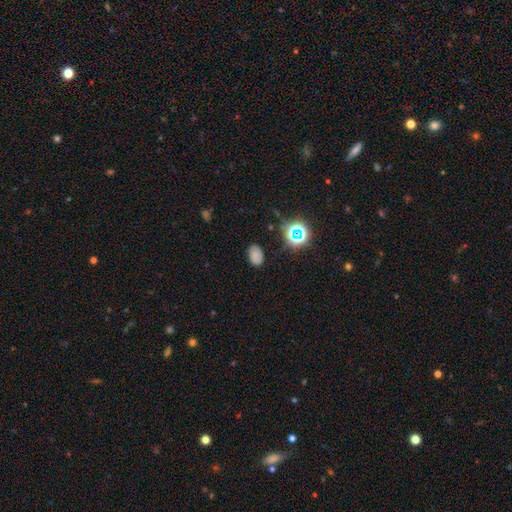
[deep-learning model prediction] smooth 73%, star or artifact 21%, featured or disk 6%. Down the decision tree: how rounded — in between (84%); merging — none (80%).